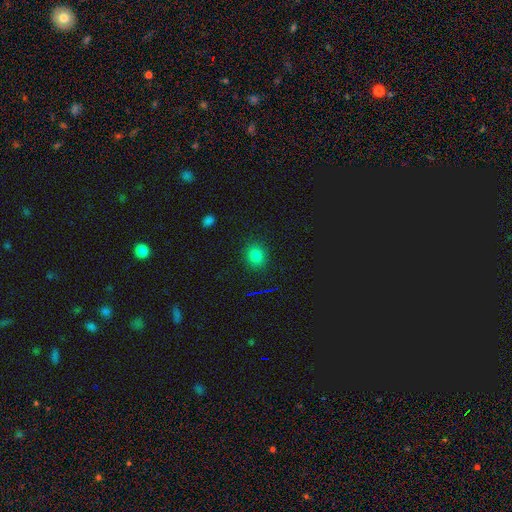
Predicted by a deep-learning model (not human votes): Overall: smooth (79%). How rounded: round (72%). Merging: none (88%).